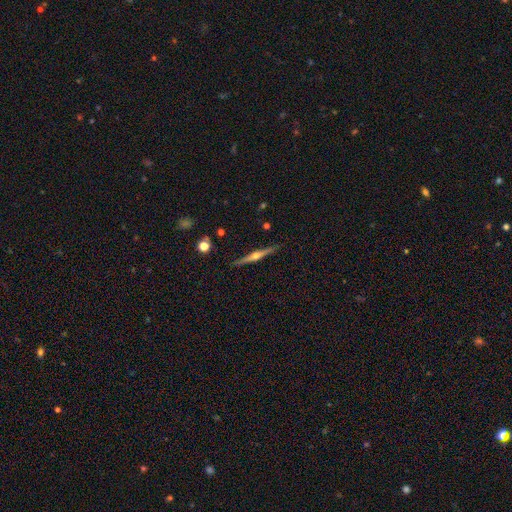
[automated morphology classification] Smooth or featured? Predicted: featured or disk (p=0.81). Edge-on disk? Predicted: yes (p=0.98). Edge-on bulge? Predicted: rounded (p=0.94). Merging? Predicted: none (p=0.90).